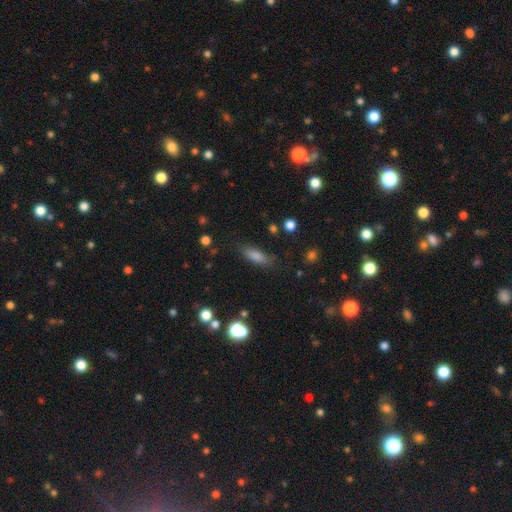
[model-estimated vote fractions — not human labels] The model was most divided on "how rounded": in between: 58%, cigar-shaped: 39%, round: 4%. More confident: merging — none (81%); smooth or featured — smooth (76%).